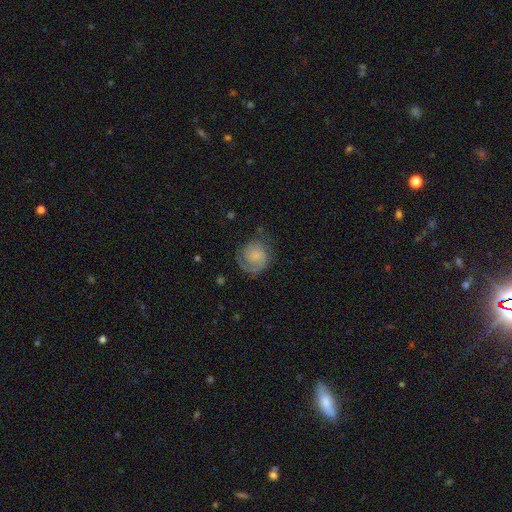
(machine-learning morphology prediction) Smooth or featured: featured or disk — 61% (smooth — 31%)
Edge-on disk: no — 98% (yes — 2%)
Bar: no — 72% (weak — 25%)
Spiral arms: yes — 91% (no — 9%)
Spiral winding: tight — 50% (medium — 35%)
Spiral arm count: 1 — 50% (2 — 31%)
Bulge size: small — 44% (none — 30%)
Merging: none — 64% (minor disturbance — 20%)